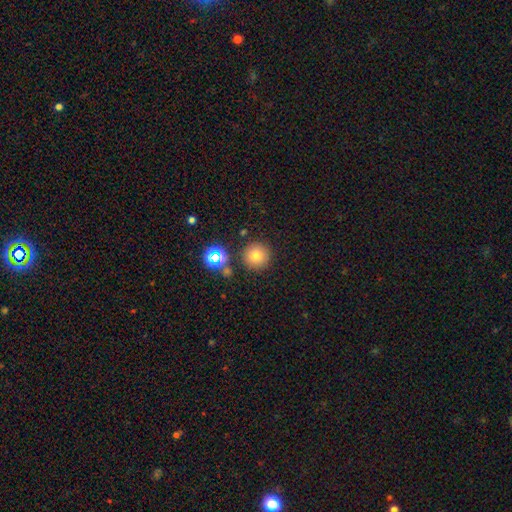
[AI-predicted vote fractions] Q: Smooth or featured?
A: smooth (76%); runner-up: star or artifact (16%)
Q: How rounded?
A: round (95%); runner-up: in between (4%)
Q: Merging?
A: none (84%); runner-up: minor disturbance (7%)